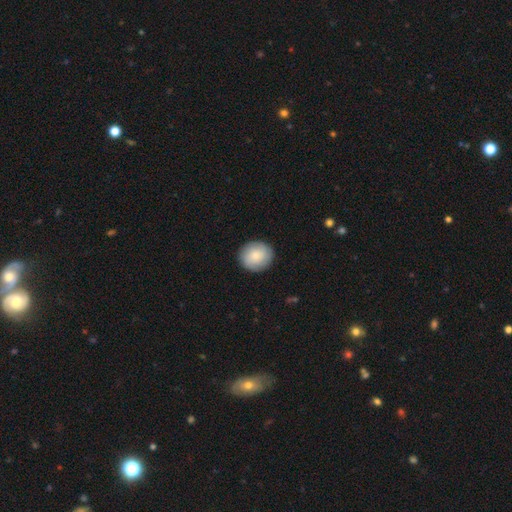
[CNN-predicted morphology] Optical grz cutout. It shows a smooth galaxy with no disk features (81%) that is round (83%). Merging: none (89%).